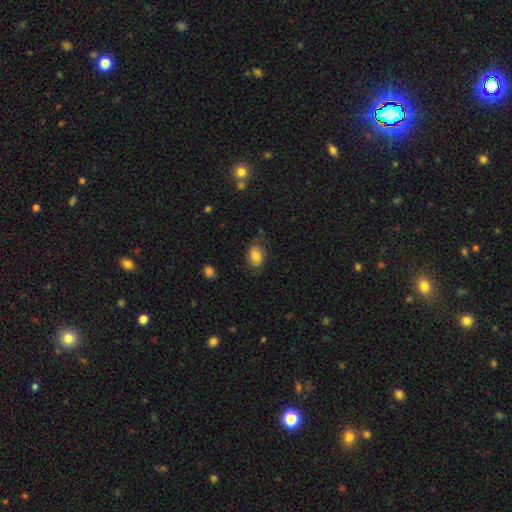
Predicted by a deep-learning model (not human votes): This appears to be a smooth galaxy with no disk features (74%) that is in between round and cigar-shaped (75%). Merging: none (68%).